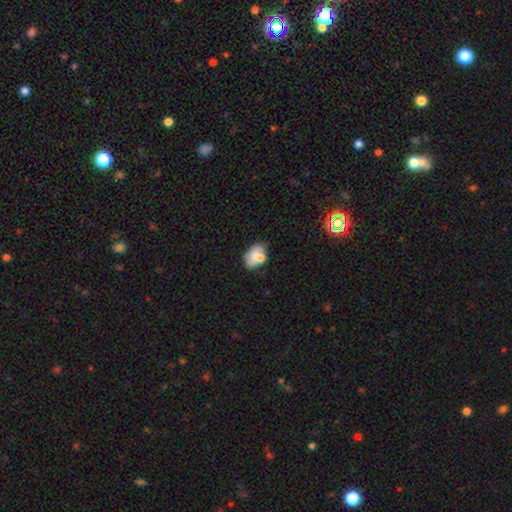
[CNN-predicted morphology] smooth_or_featured: smooth (p=0.67) [alt: featured or disk p=0.24]
how_rounded: in between (p=0.85) [alt: round p=0.14]
merging: none (p=0.46) [alt: minor disturbance p=0.24]